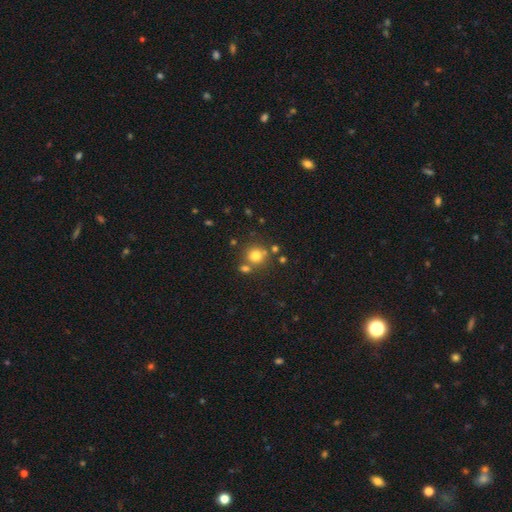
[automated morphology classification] This appears to be a smooth galaxy with no disk features (76%) that is round (87%). Merging: none (67%).